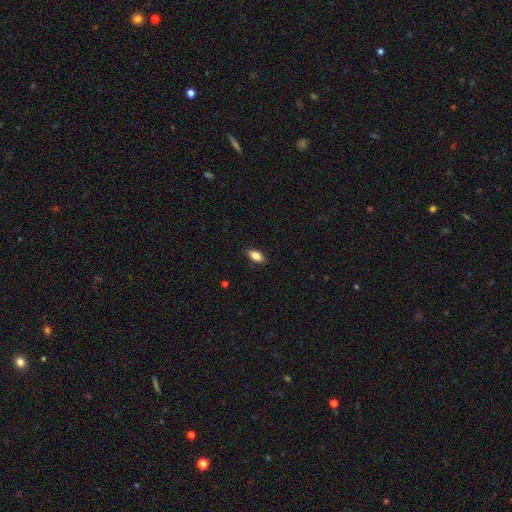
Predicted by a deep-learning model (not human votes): A smooth galaxy with no disk features (85%) that is in between round and cigar-shaped (89%).

Vote fractions:
- Smooth or featured? smooth: 85% / star or artifact: 8% / featured or disk: 7%
- How rounded? in between: 89% / round: 7% / cigar-shaped: 4%
- Merging? none: 87% / minor disturbance: 10% / major disturbance: 2% / merger: 1%